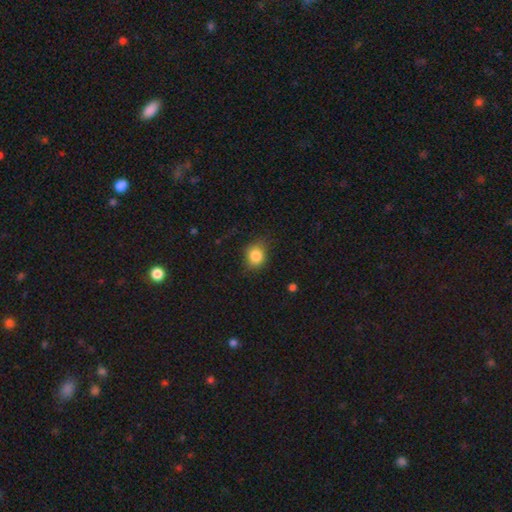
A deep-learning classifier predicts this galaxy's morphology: This is clearly a smooth galaxy (84%). How rounded: likely round (68%). Merging: likely none (74%).